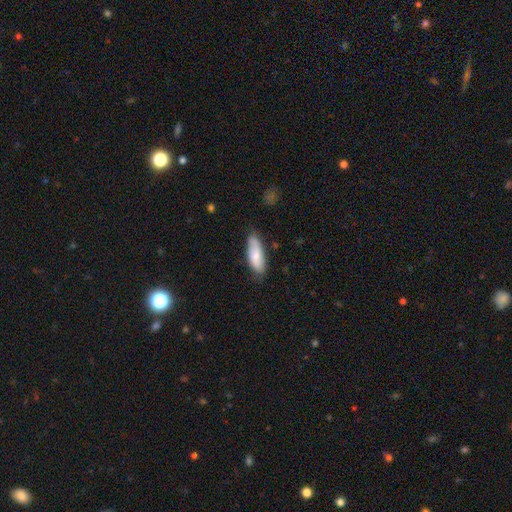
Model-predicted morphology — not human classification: A smooth galaxy with no disk features (73%) that is in between round and cigar-shaped (72%).

Vote fractions:
- Smooth or featured? smooth: 73% / featured or disk: 21% / star or artifact: 6%
- How rounded? in between: 72% / cigar-shaped: 26% / round: 2%
- Merging? none: 75% / minor disturbance: 20% / major disturbance: 3% / merger: 2%